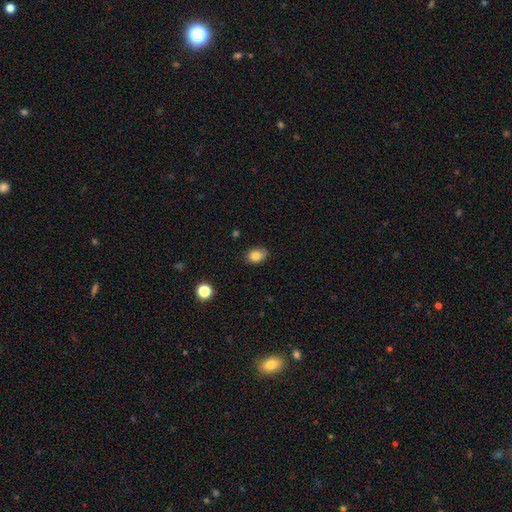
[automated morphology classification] smooth 83%, star or artifact 10%, featured or disk 7%. Down the decision tree: how rounded — in between (65%); merging — none (75%).